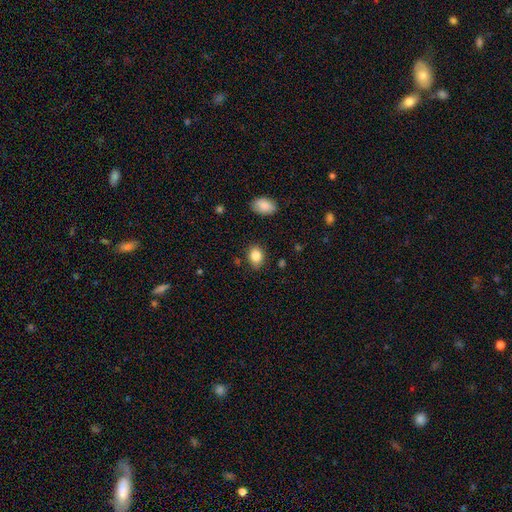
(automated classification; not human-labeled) Q: Smooth or featured?
A: smooth (85%); runner-up: star or artifact (9%)
Q: How rounded?
A: in between (62%); runner-up: round (37%)
Q: Merging?
A: none (82%); runner-up: minor disturbance (13%)